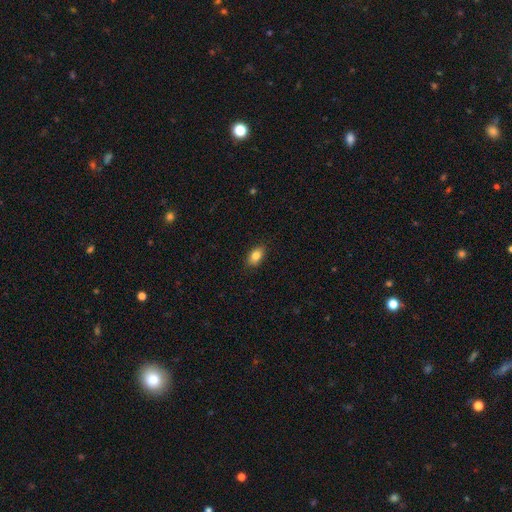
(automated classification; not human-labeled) Overall: smooth (84%). How rounded: in between (88%). Merging: none (87%).